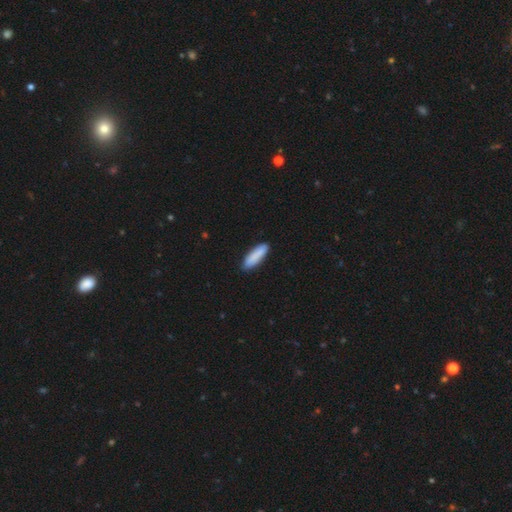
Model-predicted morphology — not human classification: The model was most divided on "how rounded": cigar-shaped: 58%, in between: 40%, round: 1%. More confident: smooth or featured — smooth (88%); merging — none (87%).